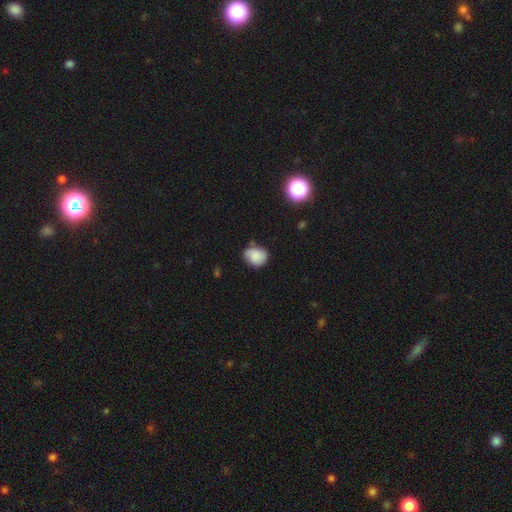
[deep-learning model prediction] A smooth galaxy with no disk features (74%) that is round (60%).

Vote fractions:
- Smooth or featured? smooth: 74% / featured or disk: 16% / star or artifact: 9%
- How rounded? round: 60% / in between: 39% / cigar-shaped: 1%
- Merging? none: 61% / minor disturbance: 29% / major disturbance: 7% / merger: 4%